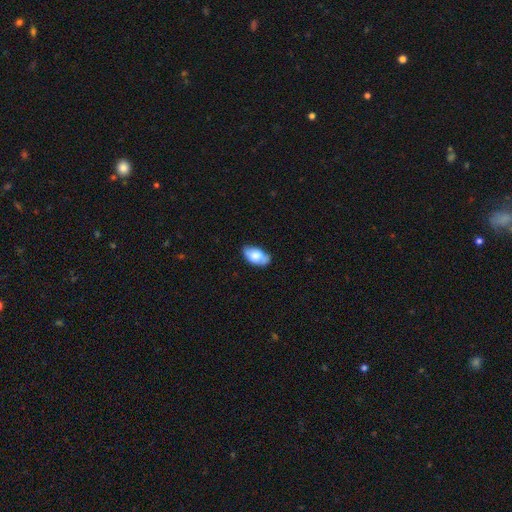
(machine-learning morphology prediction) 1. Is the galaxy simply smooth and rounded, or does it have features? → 69% smooth, 24% featured or disk, 7% star or artifact.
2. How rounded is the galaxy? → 94% in between, 4% round, 2% cigar-shaped.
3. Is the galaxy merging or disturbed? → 62% none, 29% minor disturbance, 6% major disturbance, 3% merger.